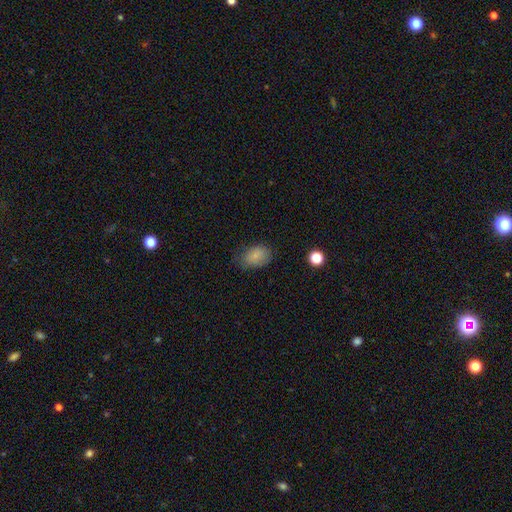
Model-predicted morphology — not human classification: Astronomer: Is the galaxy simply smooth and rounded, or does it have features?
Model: smooth — 82%.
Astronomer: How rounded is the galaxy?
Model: in between — 75%.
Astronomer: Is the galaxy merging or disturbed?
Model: none — 69%.